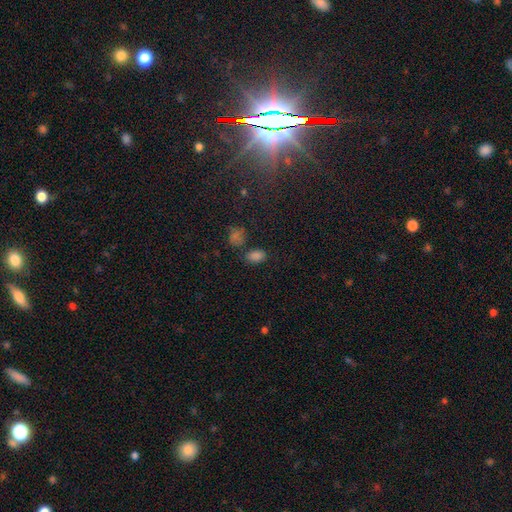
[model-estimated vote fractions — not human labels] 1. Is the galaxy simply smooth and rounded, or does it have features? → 79% smooth, 16% star or artifact, 5% featured or disk.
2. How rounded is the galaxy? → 86% in between, 13% round, 2% cigar-shaped.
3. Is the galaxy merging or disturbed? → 70% none, 14% minor disturbance, 11% merger, 5% major disturbance.